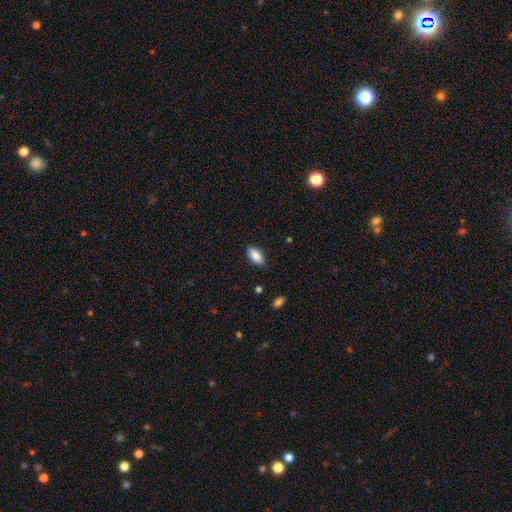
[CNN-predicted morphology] This appears to be a smooth galaxy with no disk features (87%) that is in between round and cigar-shaped (90%). Merging: none (82%).